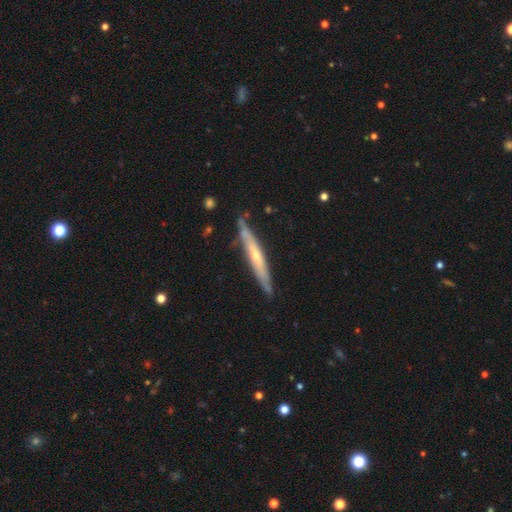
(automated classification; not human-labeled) Morphology: type=featured or disk (64%); edge-on=yes (87%); edge-on bulge=rounded (60%); merging=none (77%).